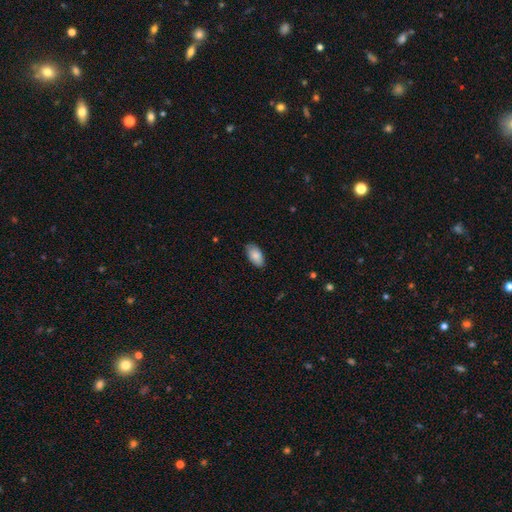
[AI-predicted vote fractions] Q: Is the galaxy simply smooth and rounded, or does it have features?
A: smooth — 86%.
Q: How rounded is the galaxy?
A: in between — 95%.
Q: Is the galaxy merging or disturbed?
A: none — 85%.